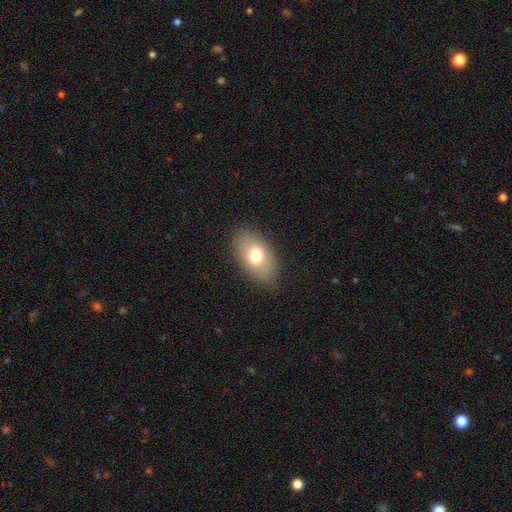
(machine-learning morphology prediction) The model was most divided on "smooth or featured": smooth: 71%, featured or disk: 20%, star or artifact: 9%. More confident: how rounded — in between (89%); merging — none (82%).